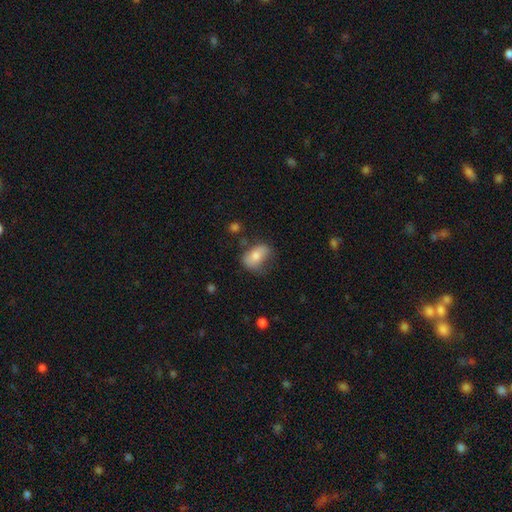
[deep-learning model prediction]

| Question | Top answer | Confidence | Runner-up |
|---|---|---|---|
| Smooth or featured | smooth | 70% | featured or disk (23%) |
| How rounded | in between | 84% | round (14%) |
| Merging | none | 55% | minor disturbance (30%) |